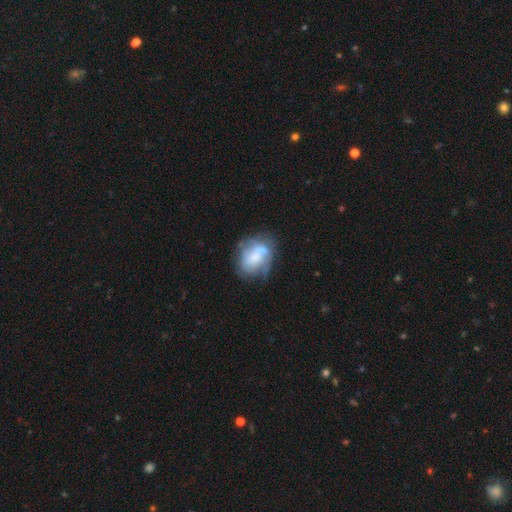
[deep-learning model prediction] Morphology: type=featured or disk (51%); edge-on=no (97%); merging=none (38%).